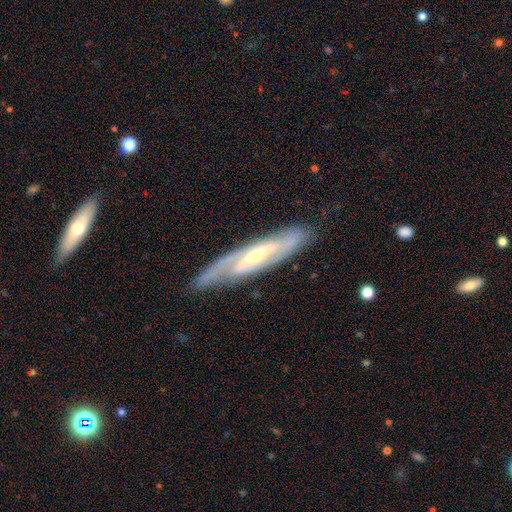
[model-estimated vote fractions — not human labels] Smooth or featured: featured or disk — 80% (smooth — 14%)
Edge-on disk: no — 63% (yes — 37%)
Bar: weak — 38% (strong — 33%)
Spiral arms: yes — 89% (no — 11%)
Bulge size: small — 54% (moderate — 40%)
Merging: none — 77% (minor disturbance — 17%)